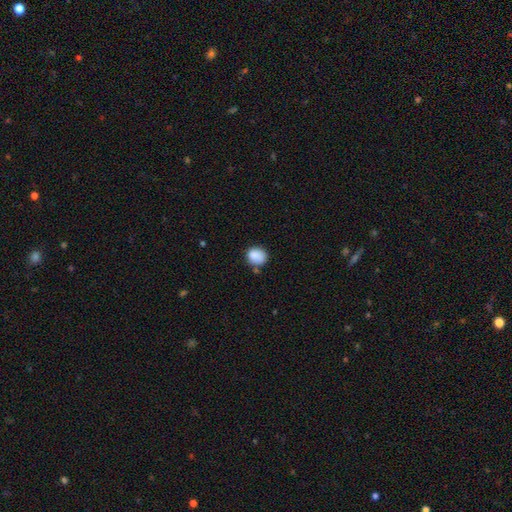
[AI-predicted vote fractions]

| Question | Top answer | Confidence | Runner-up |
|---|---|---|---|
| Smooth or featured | smooth | 87% | star or artifact (8%) |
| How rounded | round | 77% | in between (22%) |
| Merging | none | 70% | minor disturbance (19%) |